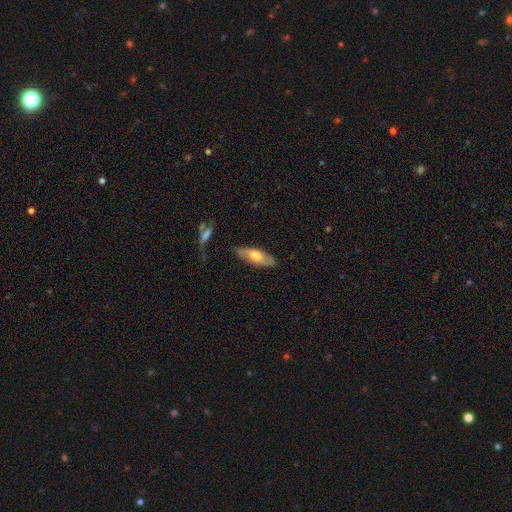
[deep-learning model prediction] Morphology: type=smooth (51%); roundness=in between (58%); merging=none (80%).